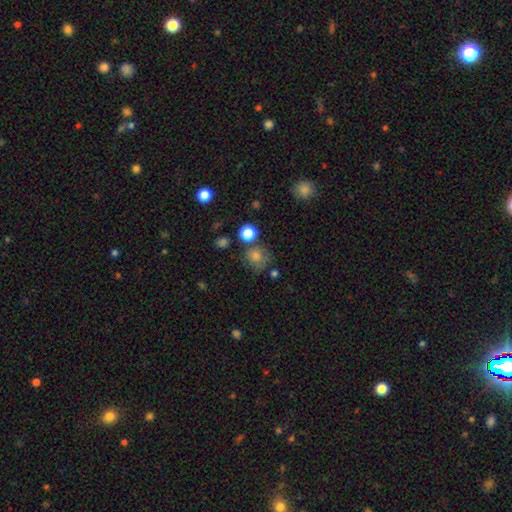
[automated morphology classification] This is likely a smooth galaxy (74%). How rounded: clearly round (84%). Merging: likely none (70%).